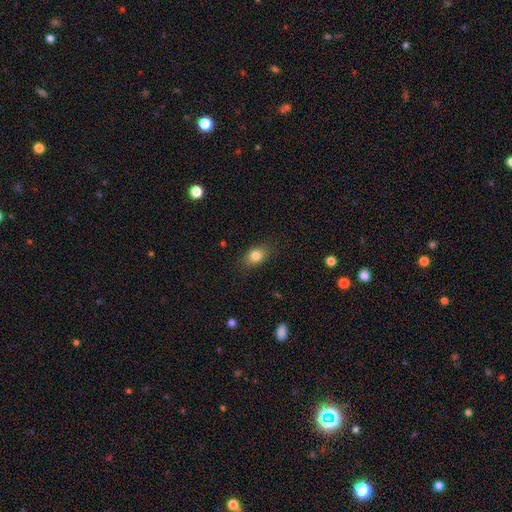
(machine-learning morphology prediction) smooth-or-featured: smooth: 82% | star or artifact: 9% | featured or disk: 9%
  how-rounded: in between: 73% | round: 24% | cigar-shaped: 3%
  merging: none: 81% | minor disturbance: 14% | major disturbance: 4% | merger: 1%